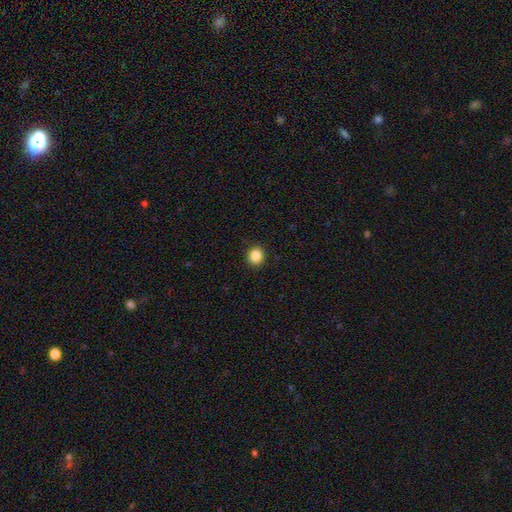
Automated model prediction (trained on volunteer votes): This is clearly a smooth galaxy (86%). How rounded: clearly round (88%). Merging: clearly none (92%).